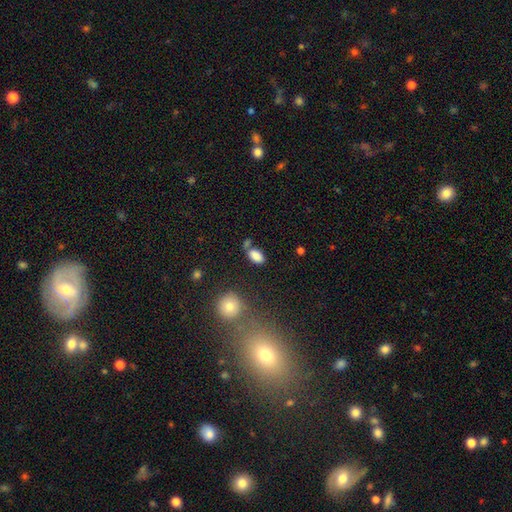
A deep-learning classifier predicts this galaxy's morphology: Overall: smooth (86%). How rounded: in between (92%). Merging: none (62%).